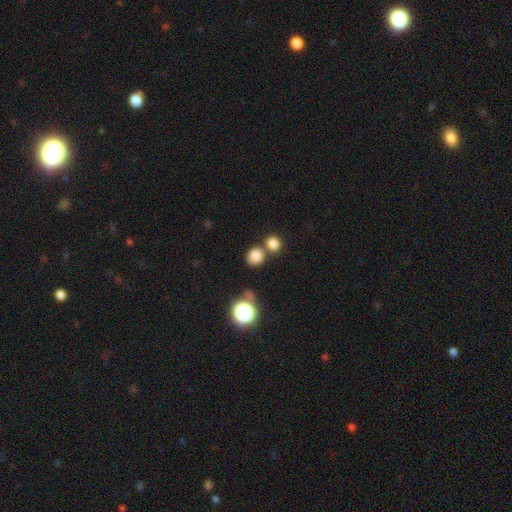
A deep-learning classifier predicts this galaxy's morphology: A smooth galaxy with no disk features (80%) that is round (77%).

Vote fractions:
- Smooth or featured? smooth: 80% / star or artifact: 13% / featured or disk: 6%
- How rounded? round: 77% / in between: 22% / cigar-shaped: 1%
- Merging? none: 60% / merger: 27% / minor disturbance: 9% / major disturbance: 4%